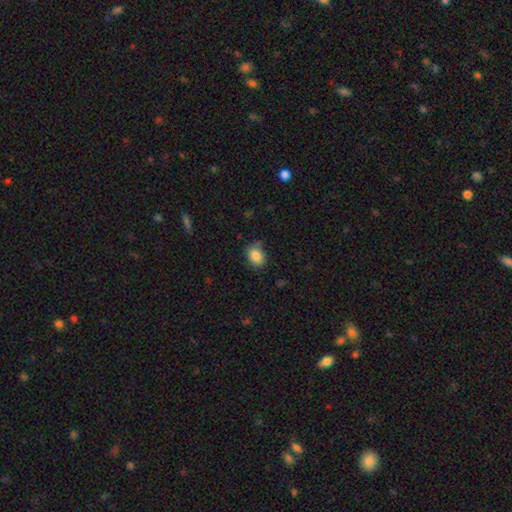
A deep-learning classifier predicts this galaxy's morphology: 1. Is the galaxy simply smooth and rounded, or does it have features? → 86% smooth, 9% star or artifact, 6% featured or disk.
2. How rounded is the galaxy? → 61% in between, 38% round, 1% cigar-shaped.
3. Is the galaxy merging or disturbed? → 70% none, 23% minor disturbance, 5% major disturbance, 2% merger.